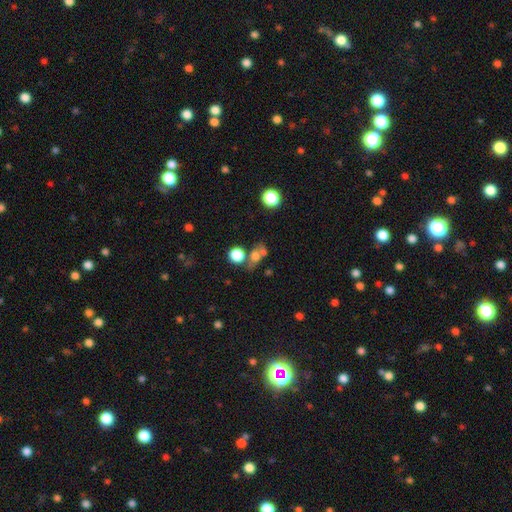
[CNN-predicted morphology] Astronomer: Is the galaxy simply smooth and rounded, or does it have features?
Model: smooth — 64%.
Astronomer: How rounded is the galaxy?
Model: round — 58% (runner-up: in between, 38%).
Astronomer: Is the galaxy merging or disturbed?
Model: none — 43% (runner-up: merger, 37%).